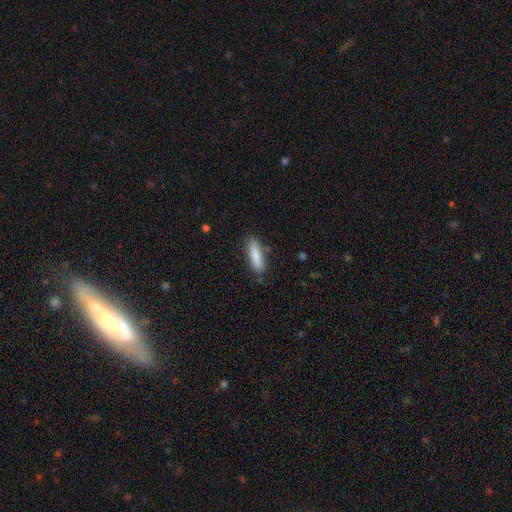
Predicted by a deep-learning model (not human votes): Smooth or featured? smooth (83%)
How rounded? cigar-shaped (66%)
Merging? none (81%)